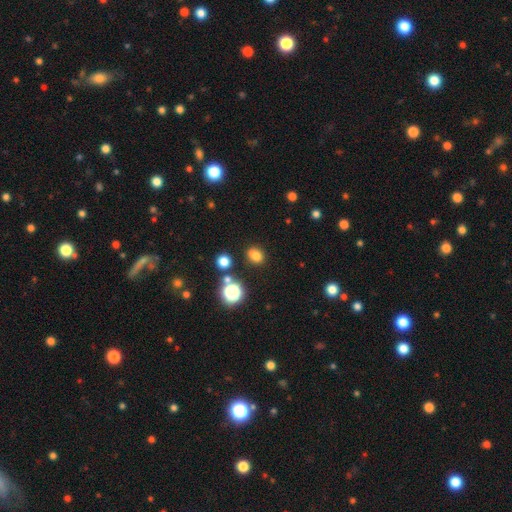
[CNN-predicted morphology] A smooth galaxy with no disk features (77%) that is round (50%).

Vote fractions:
- Smooth or featured? smooth: 77% / star or artifact: 17% / featured or disk: 6%
- How rounded? round: 50% / in between: 49% / cigar-shaped: 1%
- Merging? none: 82% / minor disturbance: 10% / merger: 5% / major disturbance: 3%